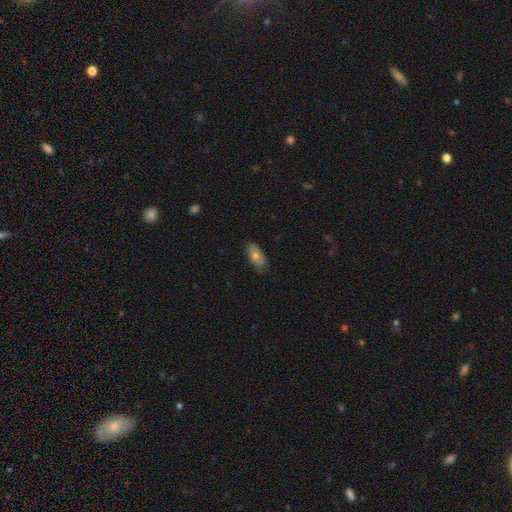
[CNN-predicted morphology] Q: Smooth or featured?
A: smooth (61%); runner-up: featured or disk (31%)
Q: How rounded?
A: in between (88%); runner-up: cigar-shaped (8%)
Q: Merging?
A: none (78%); runner-up: minor disturbance (18%)